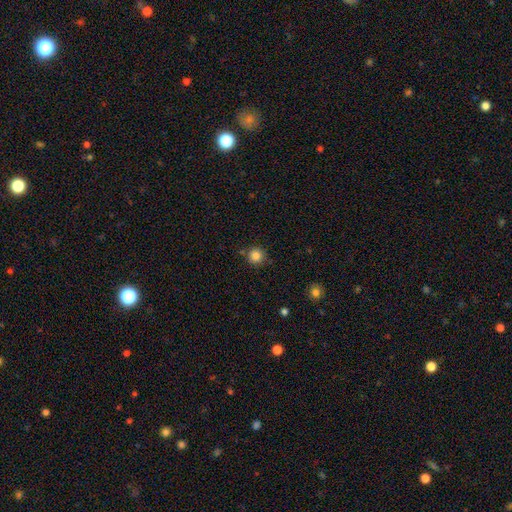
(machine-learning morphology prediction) smooth 85%, star or artifact 11%, featured or disk 4%. Down the decision tree: how rounded — round (95%); merging — none (86%).